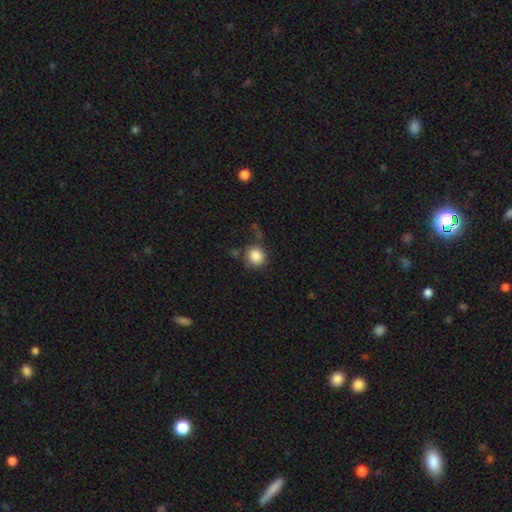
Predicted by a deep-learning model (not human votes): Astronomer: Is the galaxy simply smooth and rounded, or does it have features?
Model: smooth — 86%.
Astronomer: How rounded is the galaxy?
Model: round — 90%.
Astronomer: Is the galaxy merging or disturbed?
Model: none — 62%.